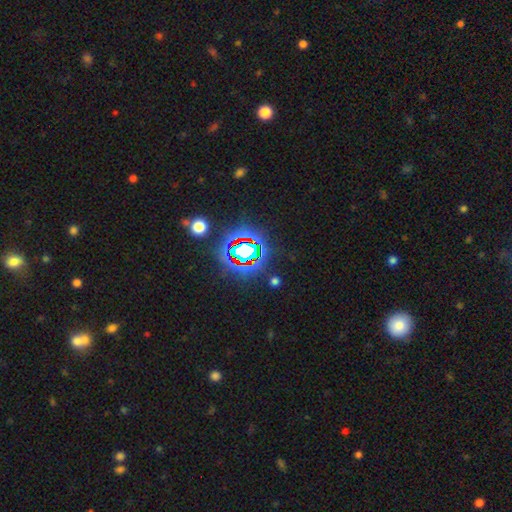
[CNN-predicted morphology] Overall: star or artifact (80%).